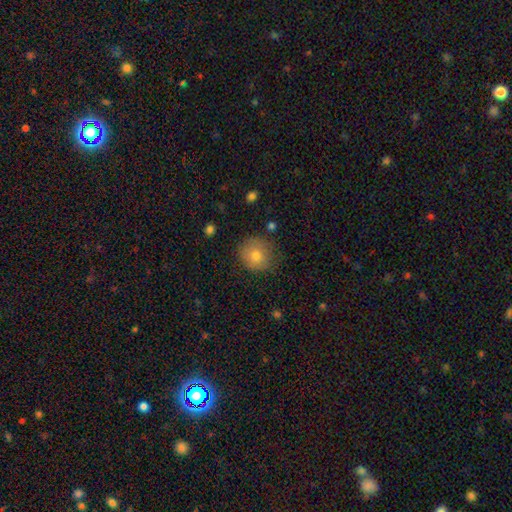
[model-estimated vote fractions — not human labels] Smooth or featured: smooth — 77% (featured or disk — 12%)
How rounded: round — 89% (in between — 10%)
Merging: none — 79% (minor disturbance — 16%)